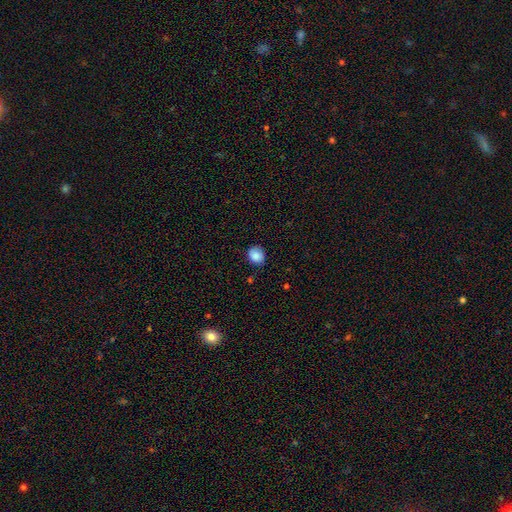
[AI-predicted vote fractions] Morphology: type=smooth (86%); roundness=round (71%); merging=none (76%).